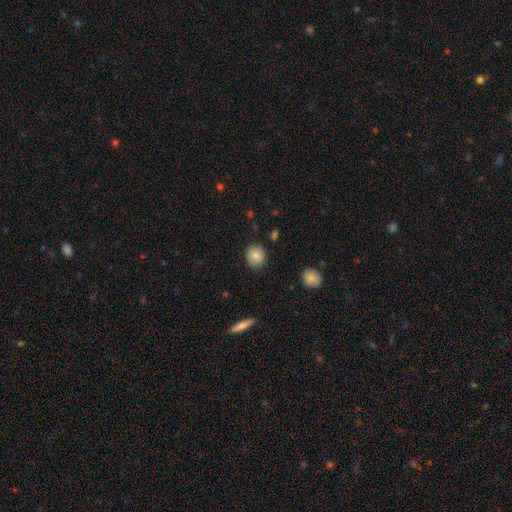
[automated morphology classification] Smooth or featured? smooth (82%)
How rounded? round (84%)
Merging? none (88%)